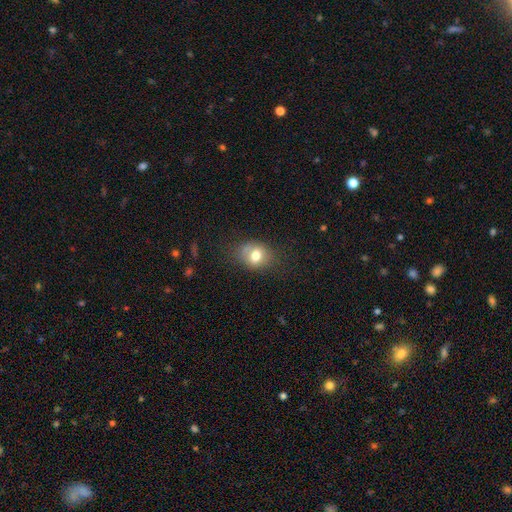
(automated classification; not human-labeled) Smooth or featured? smooth (74%)
How rounded? in between (49%, tied with round)
Merging? none (64%)